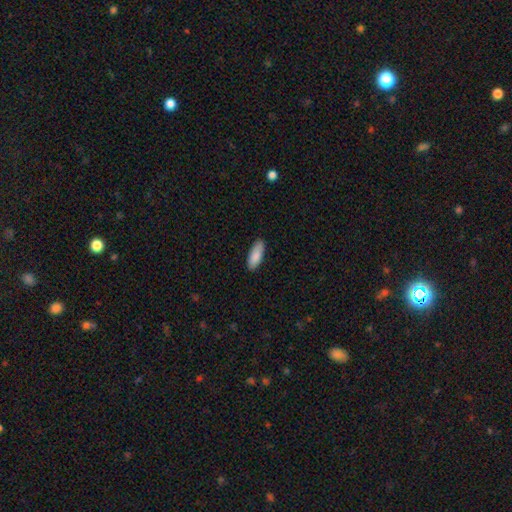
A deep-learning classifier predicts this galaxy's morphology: The model was most divided on "how rounded": in between: 75%, cigar-shaped: 24%, round: 2%. More confident: smooth or featured — smooth (88%); merging — none (86%).